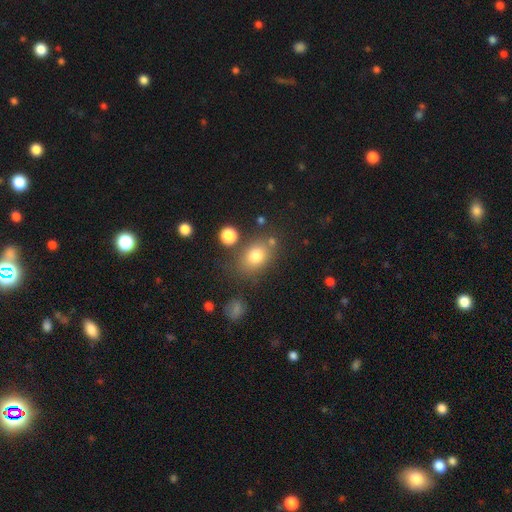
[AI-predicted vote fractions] A smooth galaxy with no disk features (78%) that is in between round and cigar-shaped (70%). Merging: none (71%).